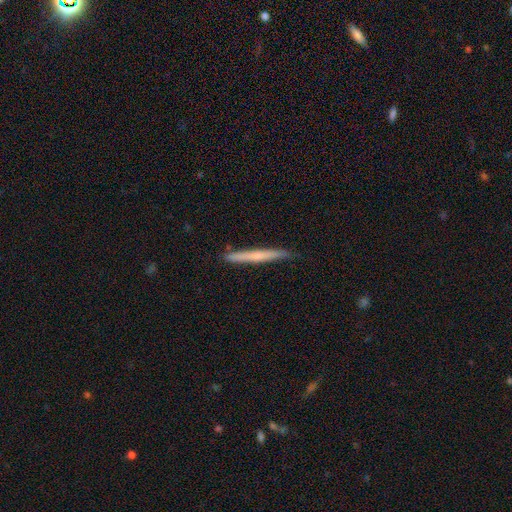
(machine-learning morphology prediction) type=smooth (51%); roundness=cigar-shaped (97%); merging=none (87%).